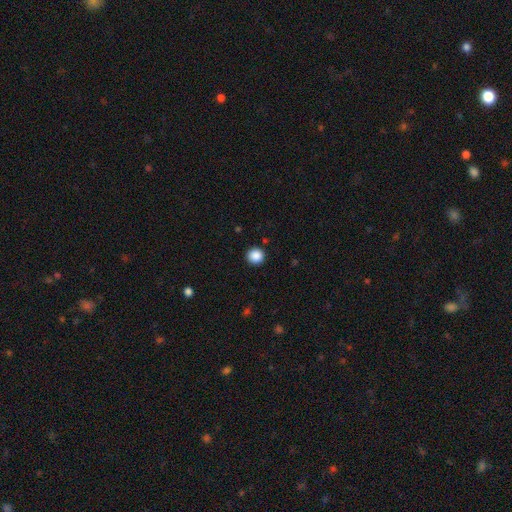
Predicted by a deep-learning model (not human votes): A smooth galaxy with no disk features (88%) that is round (93%).

Vote fractions:
- Smooth or featured? smooth: 88% / star or artifact: 10% / featured or disk: 2%
- How rounded? round: 93% / in between: 6% / cigar-shaped: 1%
- Merging? none: 92% / minor disturbance: 5% / major disturbance: 2% / merger: 1%